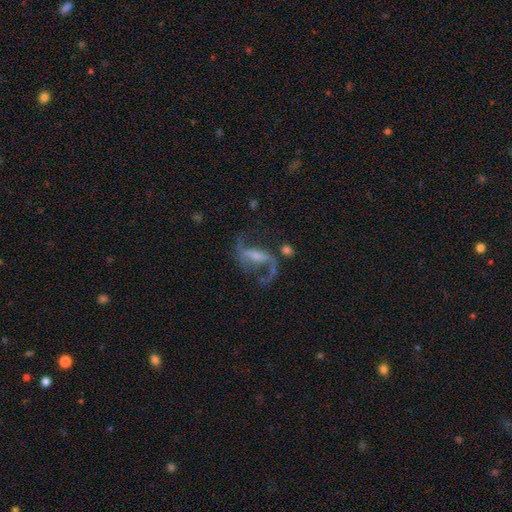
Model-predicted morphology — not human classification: Smooth or featured: featured or disk — 84% (star or artifact — 9%)
Edge-on disk: no — 95% (yes — 5%)
Bar: strong — 41% (weak — 40%)
Spiral arms: yes — 92% (no — 8%)
Spiral winding: loose — 64% (medium — 30%)
Spiral arm count: 2 — 88% (1 — 5%)
Bulge size: small — 46% (moderate — 29%)
Merging: none — 57% (major disturbance — 22%)